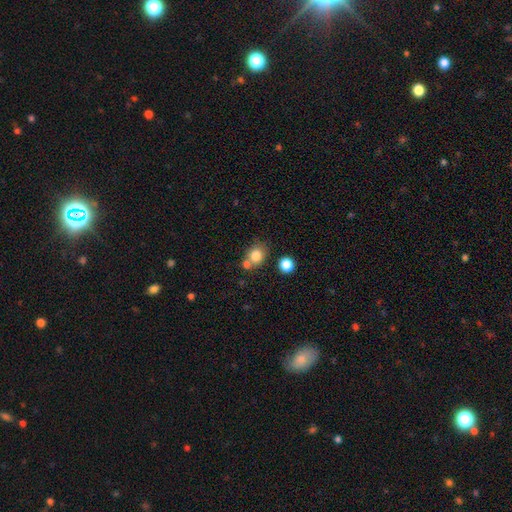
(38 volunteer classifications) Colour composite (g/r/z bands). It shows a smooth galaxy with no disk features (87%) that is round (85%). Merging: none (83%).